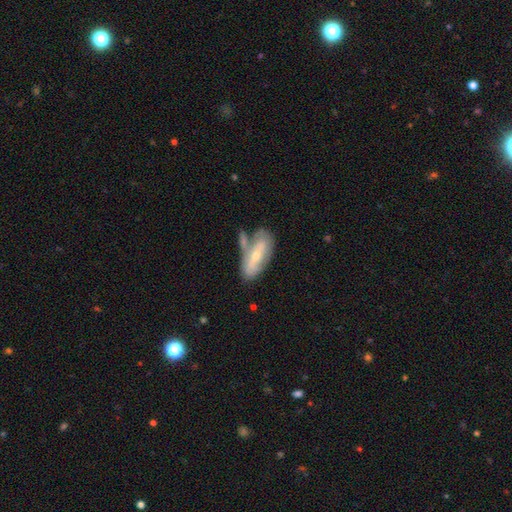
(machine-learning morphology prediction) smooth-or-featured: featured or disk: 56% | smooth: 38% | star or artifact: 6%
  disk-edge-on: no: 80% | yes: 20%
  merging: none: 39% | merger: 28% | minor disturbance: 22% | major disturbance: 11%